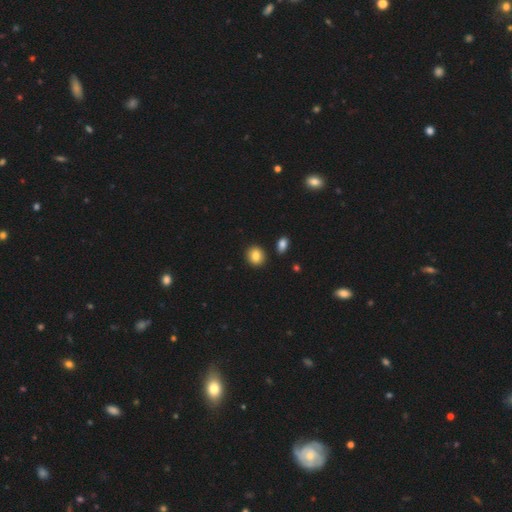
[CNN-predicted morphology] Overall: smooth (86%). How rounded: round (75%). Merging: none (87%).